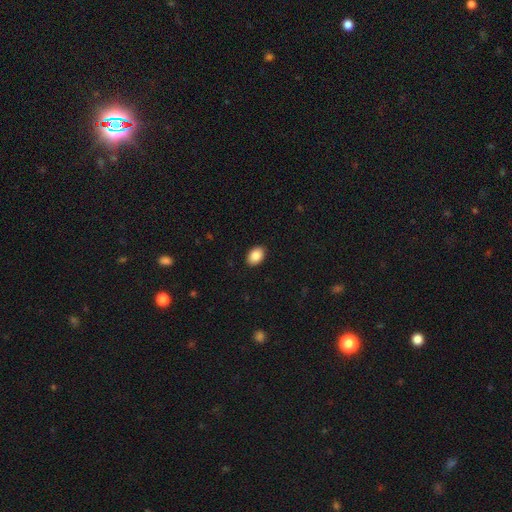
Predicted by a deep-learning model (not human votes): Q: Smooth or featured?
A: smooth (87%); runner-up: star or artifact (7%)
Q: How rounded?
A: in between (82%); runner-up: round (17%)
Q: Merging?
A: none (90%); runner-up: minor disturbance (7%)